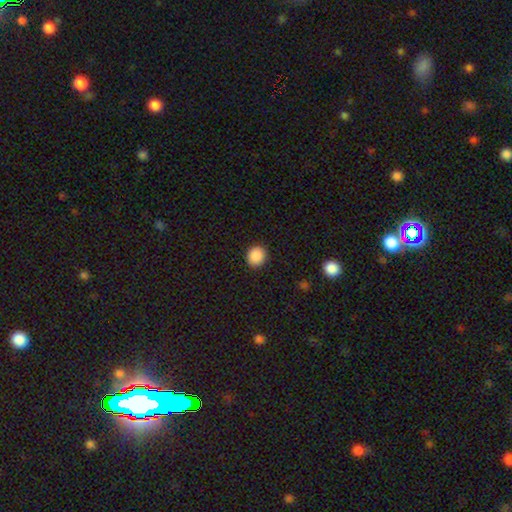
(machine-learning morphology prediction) Smooth or featured? Predicted: smooth (p=0.89). How rounded? Predicted: round (p=0.83). Merging? Predicted: none (p=0.92).